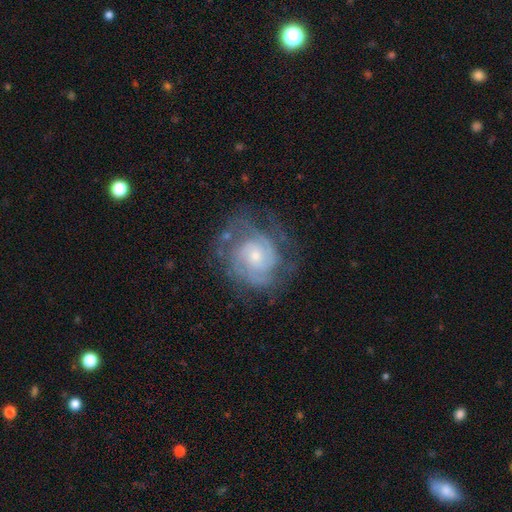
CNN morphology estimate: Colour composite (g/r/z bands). It shows a featured or disk galaxy (85%) with no bar (70%), 2 (32%) tight (65%) spiral arms (96%) and a small central bulge (58%). Merging: none (66%).